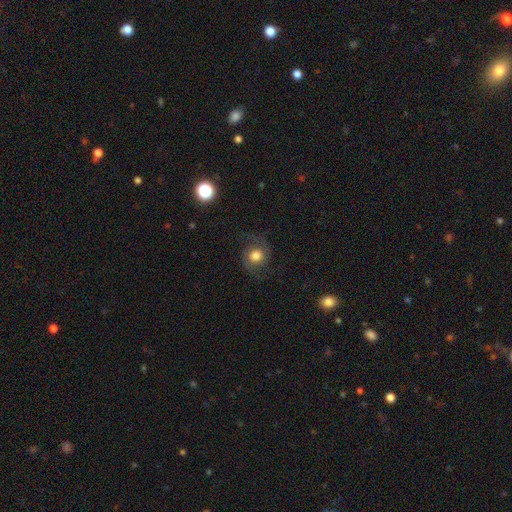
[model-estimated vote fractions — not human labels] Morphology: type=featured or disk (48%); merging=none (70%).